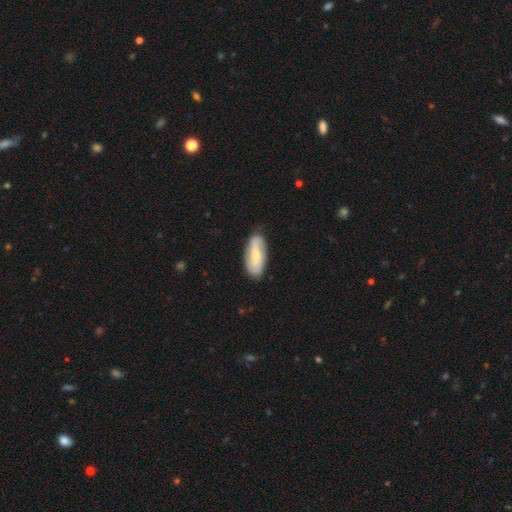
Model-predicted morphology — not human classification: Smooth or featured?
  - smooth: 47% * (tied)
  - featured or disk: 47% * (tied)
  - star or artifact: 6%
Merging?
  - none: 80% *
  - minor disturbance: 16%
  - major disturbance: 3%
  - merger: 1%